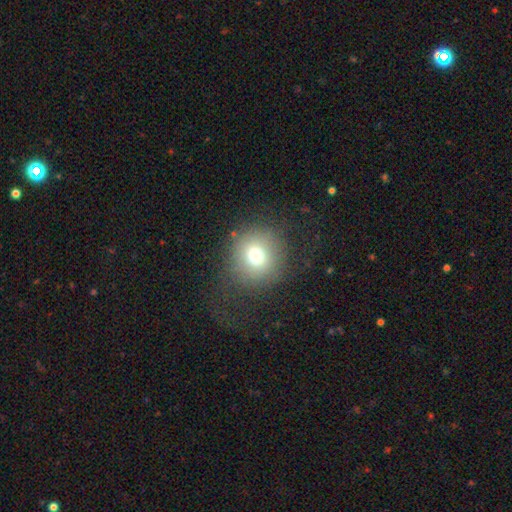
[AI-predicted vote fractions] smooth_or_featured: smooth (p=0.71) [alt: star or artifact p=0.16]
how_rounded: round (p=0.92) [alt: in between p=0.07]
merging: none (p=0.81) [alt: minor disturbance p=0.10]